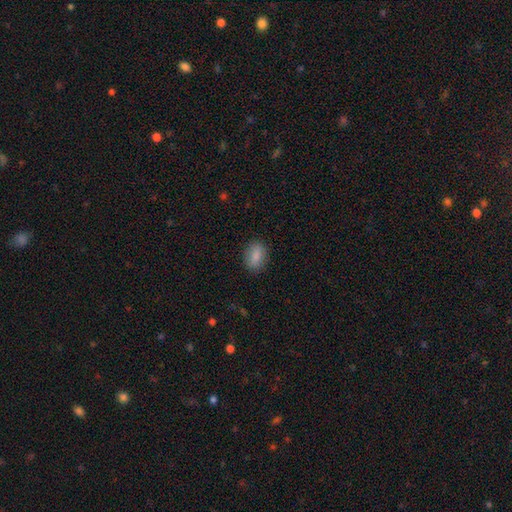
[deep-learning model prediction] smooth_or_featured: smooth (p=0.85) [alt: star or artifact p=0.08]
how_rounded: in between (p=0.81) [alt: round p=0.16]
merging: none (p=0.86) [alt: minor disturbance p=0.11]